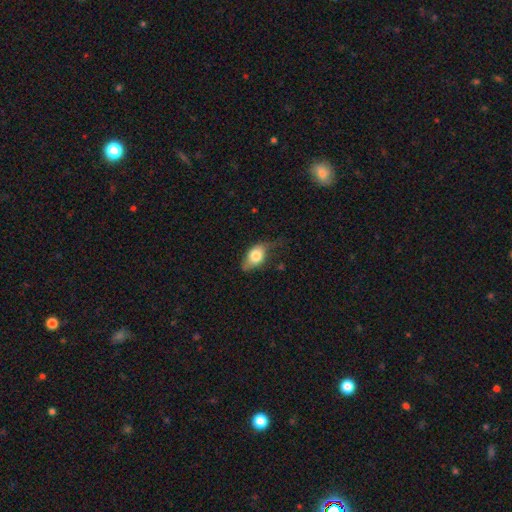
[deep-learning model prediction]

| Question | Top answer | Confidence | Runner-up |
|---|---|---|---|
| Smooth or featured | smooth | 73% | featured or disk (20%) |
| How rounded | in between | 84% | round (12%) |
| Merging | none | 48% | minor disturbance (35%) |